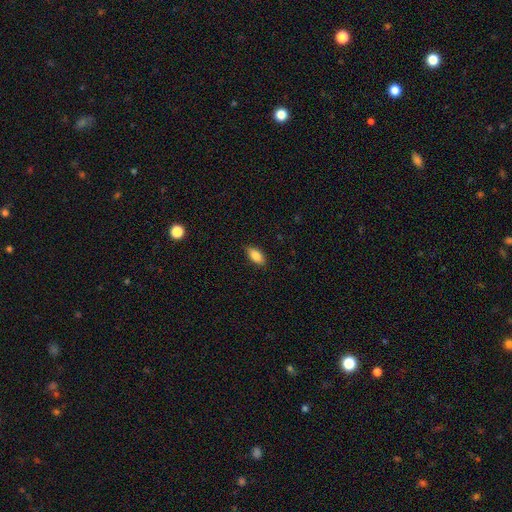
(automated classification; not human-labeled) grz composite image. It shows a smooth galaxy with no disk features (86%) that is in between round and cigar-shaped (91%). Merging: none (87%).